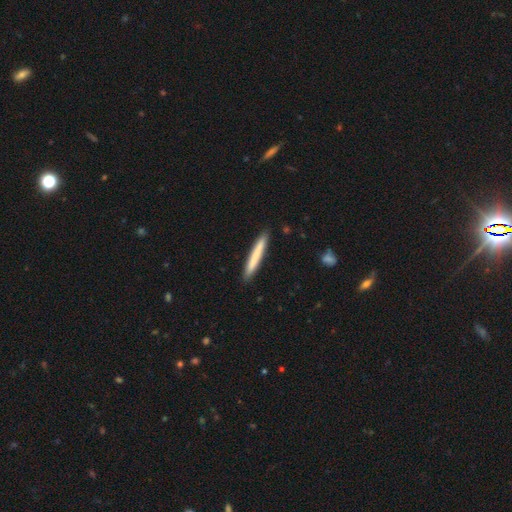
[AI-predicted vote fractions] This is likely a smooth galaxy (75%). How rounded: clearly cigar-shaped (96%). Merging: clearly none (90%).